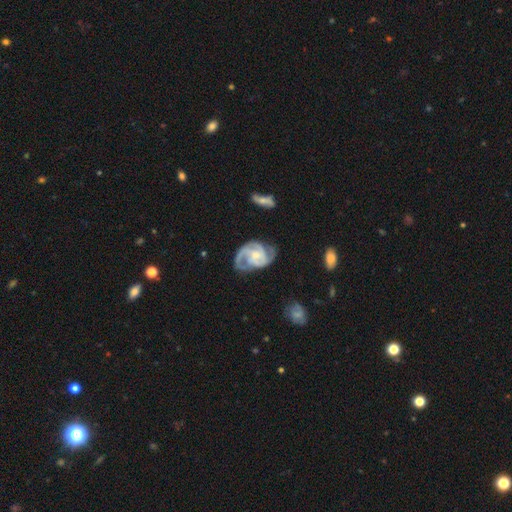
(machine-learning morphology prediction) featured or disk 88%, smooth 8%, star or artifact 5%. Down the decision tree: edge-on disk — no (98%); bar — no (57%); spiral arms — yes (96%); spiral arm count — 2 (44%); spiral winding — medium (49%); bulge size — small (60%); merging — none (57%).